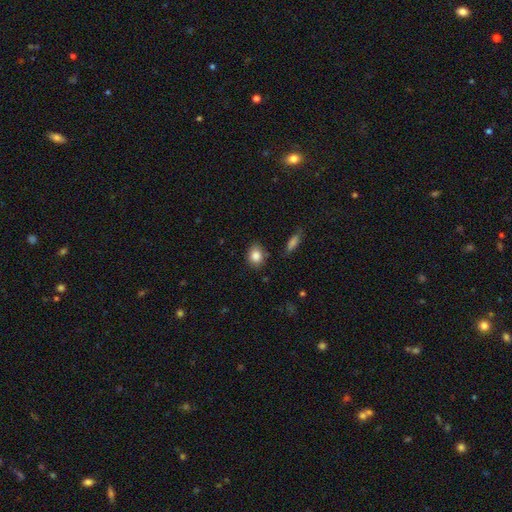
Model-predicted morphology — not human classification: Smooth or featured? Predicted: smooth (p=0.85). How rounded? Predicted: in between (p=0.52). Merging? Predicted: none (p=0.76).